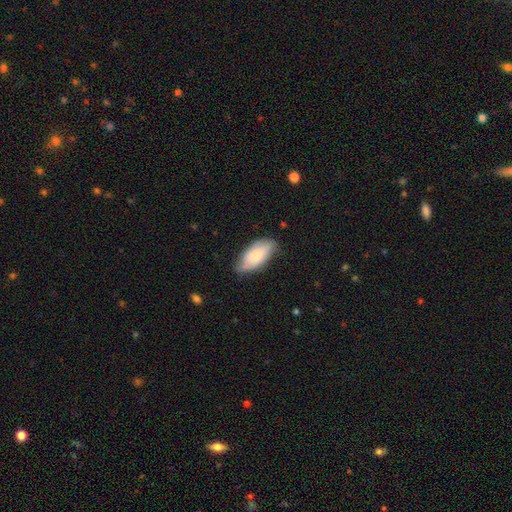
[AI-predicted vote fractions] smooth-or-featured: smooth: 70% | featured or disk: 24% | star or artifact: 6%
  how-rounded: in between: 91% | cigar-shaped: 7% | round: 2%
  merging: none: 66% | minor disturbance: 28% | major disturbance: 5% | merger: 2%